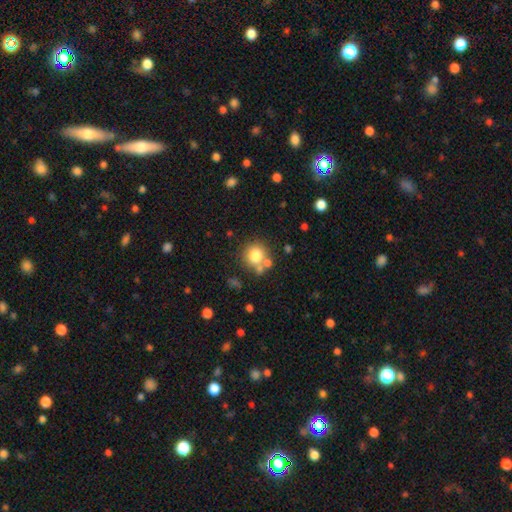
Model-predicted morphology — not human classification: Overall: smooth (76%). How rounded: round (89%). Merging: none (63%).